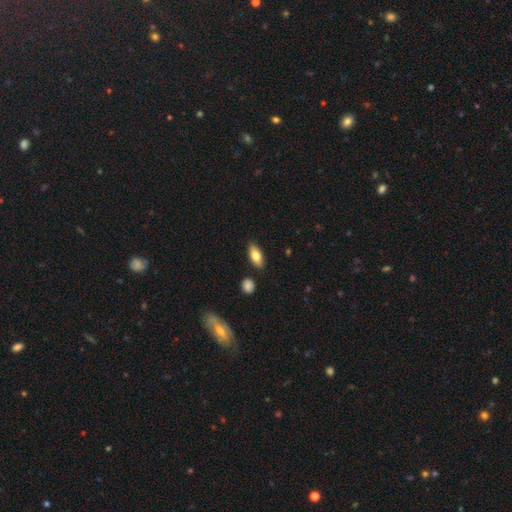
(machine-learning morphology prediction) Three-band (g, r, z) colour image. It shows a smooth galaxy with no disk features (77%) that is in between round and cigar-shaped (85%). Merging: none (86%).